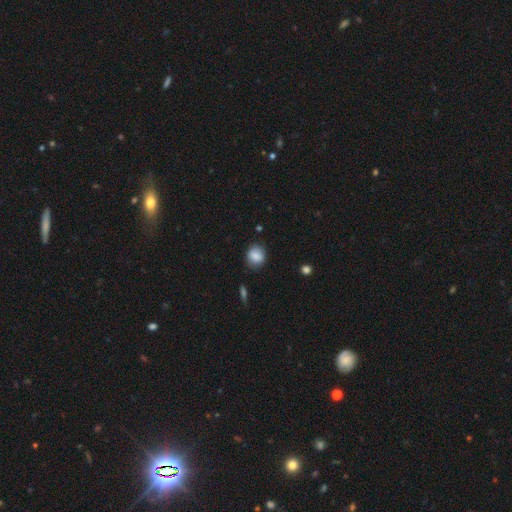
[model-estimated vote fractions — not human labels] Smooth or featured? smooth (84%)
How rounded? round (70%)
Merging? none (80%)